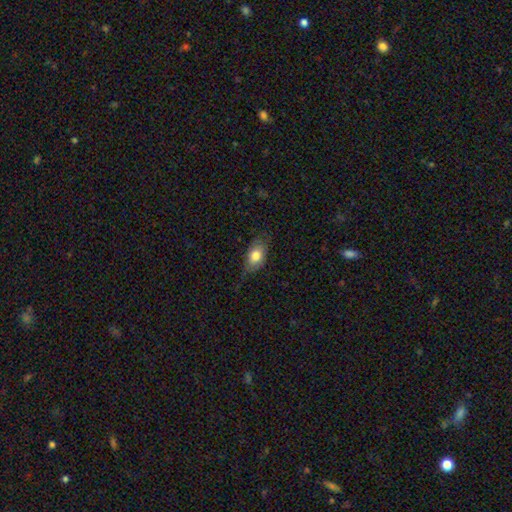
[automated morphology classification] Overall: smooth (77%). How rounded: in between (86%). Merging: none (68%).